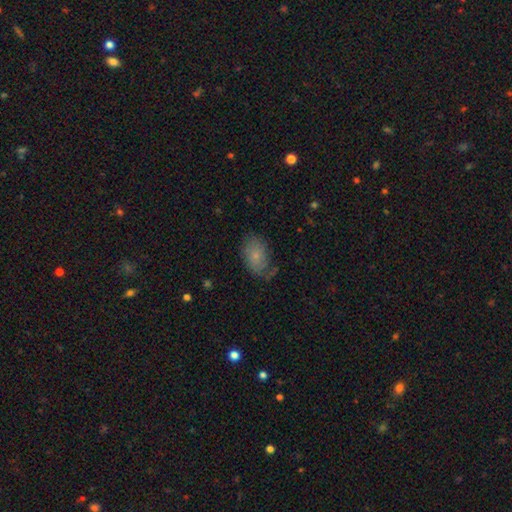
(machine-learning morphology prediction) This is likely a smooth galaxy (67%). How rounded: clearly in between (87%). Merging: possibly none (55%).